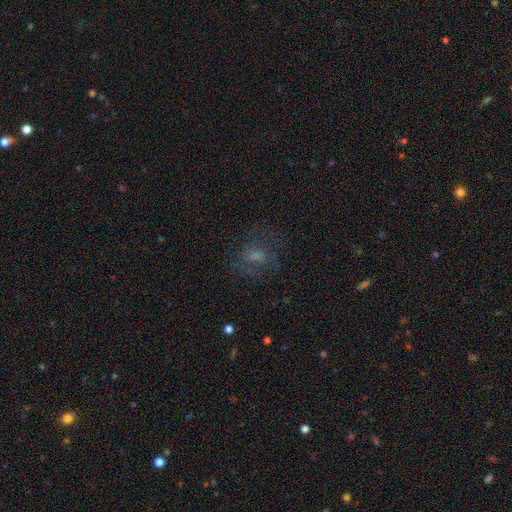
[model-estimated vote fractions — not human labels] A smooth galaxy with no disk features (40%). Merging: none (70%).